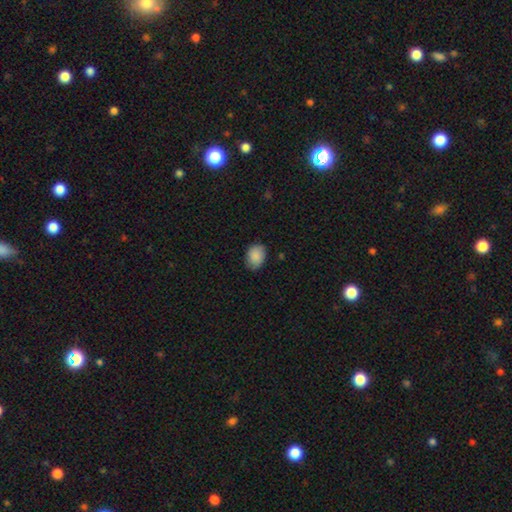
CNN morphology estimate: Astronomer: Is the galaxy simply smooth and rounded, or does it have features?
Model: smooth — 88%.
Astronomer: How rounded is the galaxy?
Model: in between — 71%.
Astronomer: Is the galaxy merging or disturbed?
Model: none — 78%.